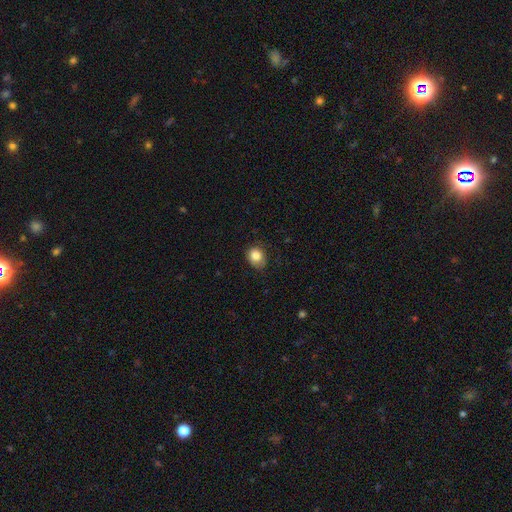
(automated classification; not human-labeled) Smooth or featured? smooth (84%)
How rounded? round (59%)
Merging? none (74%)